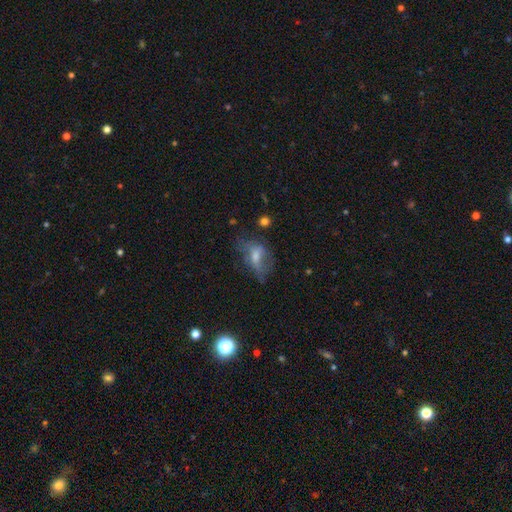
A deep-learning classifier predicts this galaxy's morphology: This is marginally a featured or disk galaxy (44%). Merging: marginally none (44%).